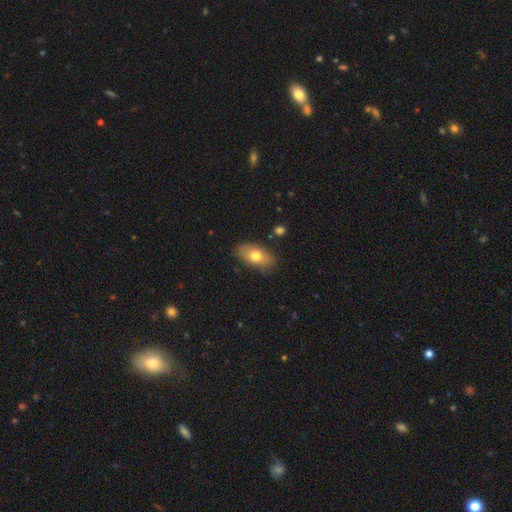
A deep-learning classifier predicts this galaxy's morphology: Q: Smooth or featured?
A: smooth (73%); runner-up: featured or disk (20%)
Q: How rounded?
A: in between (88%); runner-up: round (7%)
Q: Merging?
A: none (80%); runner-up: minor disturbance (15%)